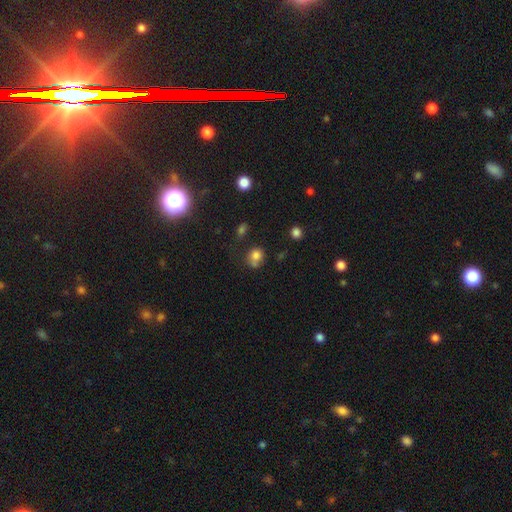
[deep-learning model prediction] This is likely a smooth galaxy (76%). How rounded: likely round (66%). Merging: possibly none (50%).